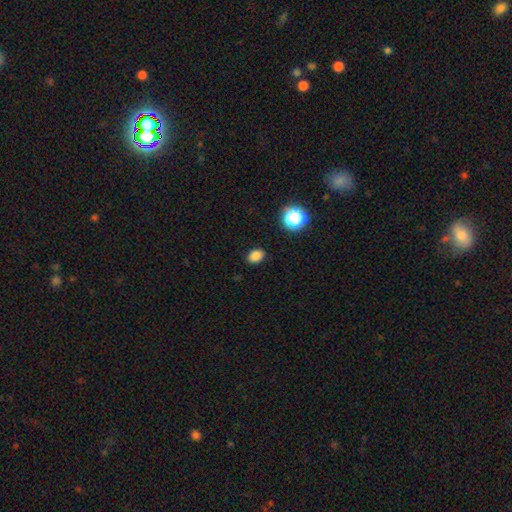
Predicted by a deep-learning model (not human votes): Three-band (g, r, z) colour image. It shows a smooth galaxy with no disk features (82%) that is in between round and cigar-shaped (62%). Merging: none (86%).